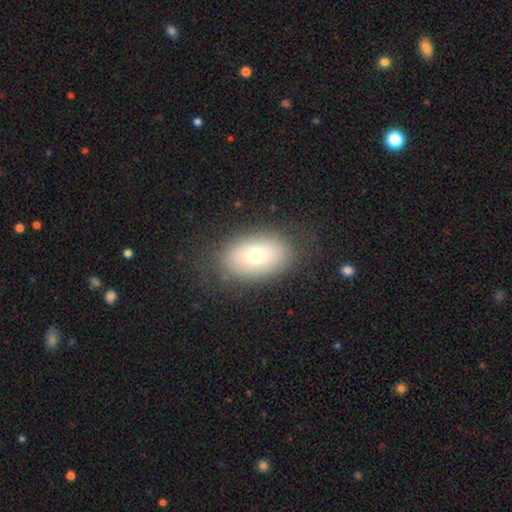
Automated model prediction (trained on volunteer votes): This appears to be a smooth galaxy with no disk features (71%) that is in between round and cigar-shaped (88%). Merging: none (80%).